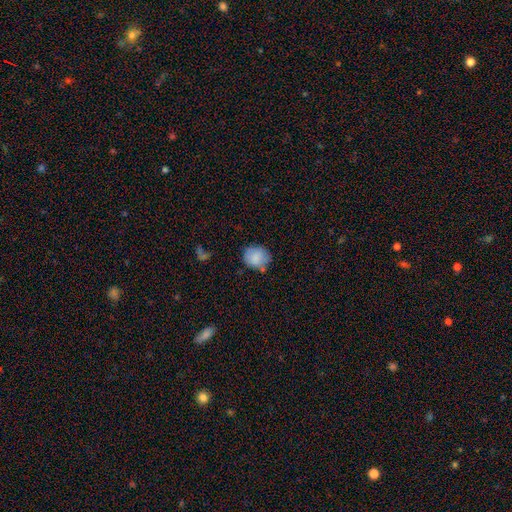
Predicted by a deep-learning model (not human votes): Q: Smooth or featured?
A: smooth (83%); runner-up: featured or disk (9%)
Q: How rounded?
A: round (72%); runner-up: in between (27%)
Q: Merging?
A: none (66%); runner-up: minor disturbance (22%)